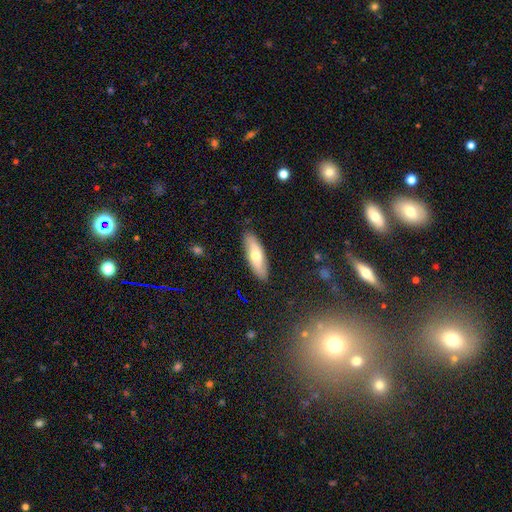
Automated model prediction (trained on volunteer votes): Smooth or featured? Predicted: smooth (p=0.62). How rounded? Predicted: in between (p=0.51). Merging? Predicted: none (p=0.88).